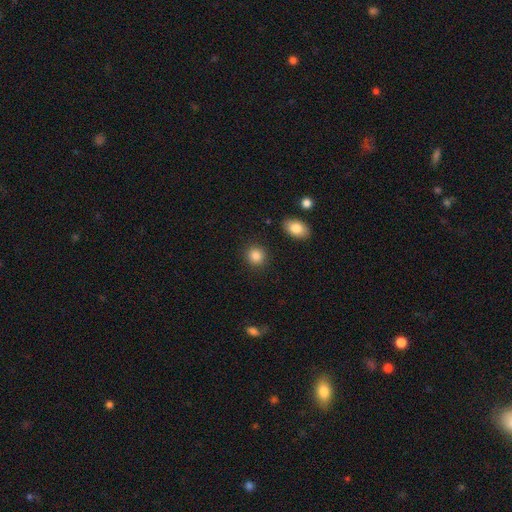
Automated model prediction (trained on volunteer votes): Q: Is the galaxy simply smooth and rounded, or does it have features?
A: smooth — 87%.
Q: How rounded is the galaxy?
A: round — 83%.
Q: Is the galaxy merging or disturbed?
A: none — 89%.